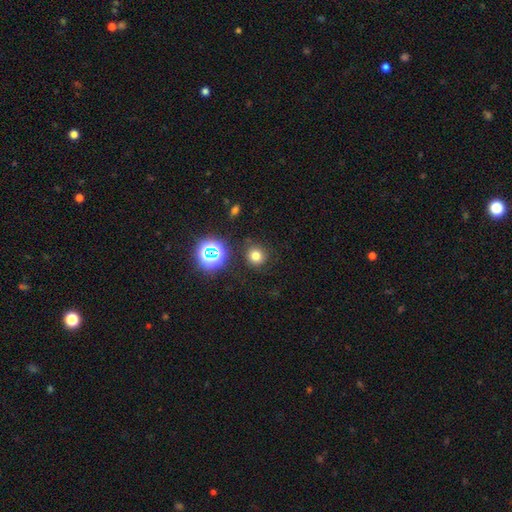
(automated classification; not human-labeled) The model was most divided on "smooth or featured": smooth: 72%, star or artifact: 21%, featured or disk: 7%. More confident: how rounded — round (90%); merging — none (84%).